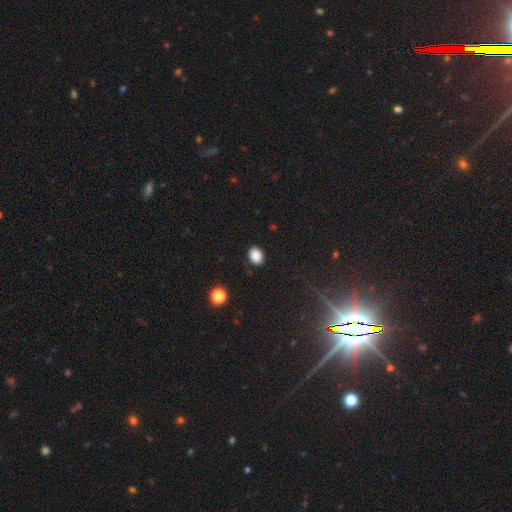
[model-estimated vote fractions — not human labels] This is clearly a smooth galaxy (87%). How rounded: likely in between (60%). Merging: clearly none (88%).